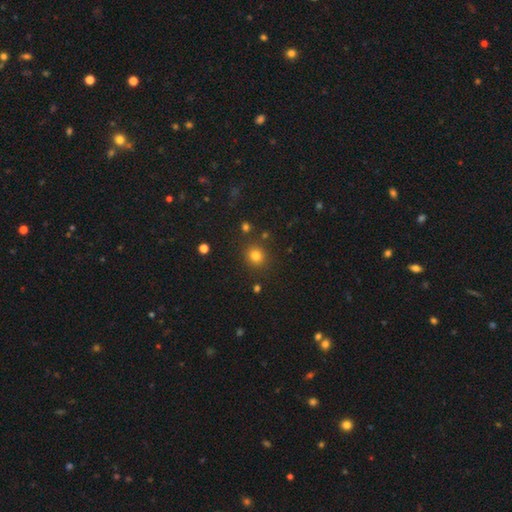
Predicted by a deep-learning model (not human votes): A smooth galaxy with no disk features (80%) that is round (85%).

Vote fractions:
- Smooth or featured? smooth: 80% / star or artifact: 15% / featured or disk: 6%
- How rounded? round: 85% / in between: 14% / cigar-shaped: 1%
- Merging? none: 85% / minor disturbance: 8% / merger: 4% / major disturbance: 3%